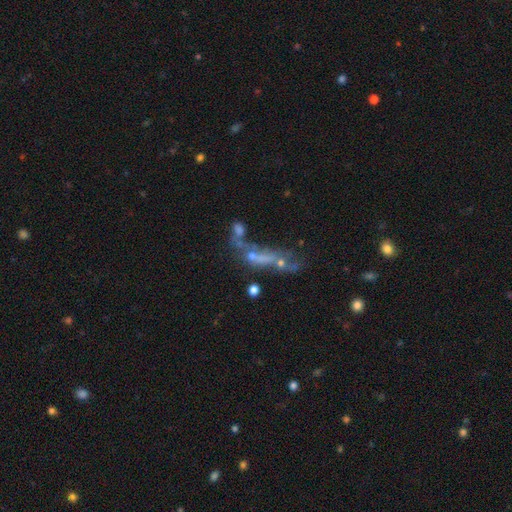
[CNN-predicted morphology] The model was most divided on "merging": merger: 37%, major disturbance: 26%, none: 25%, minor disturbance: 12%. Remaining: smooth or featured — featured or disk (45%).